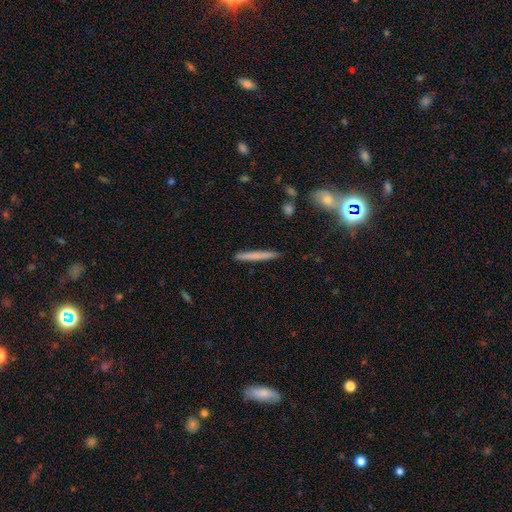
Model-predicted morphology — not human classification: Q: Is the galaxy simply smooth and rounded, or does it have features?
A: smooth — 65%.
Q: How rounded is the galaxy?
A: cigar-shaped — 96%.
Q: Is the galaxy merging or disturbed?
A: none — 90%.